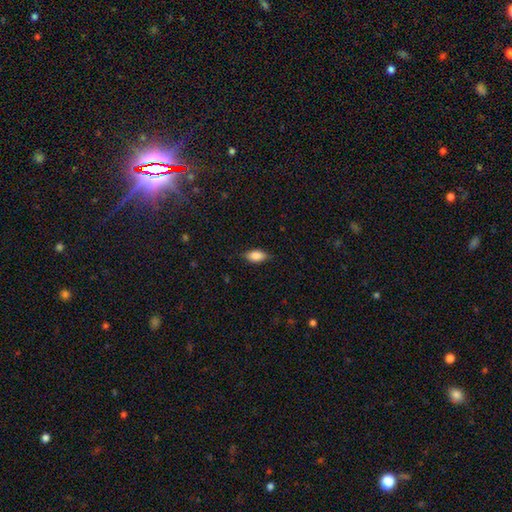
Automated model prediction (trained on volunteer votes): Morphology: type=smooth (82%); roundness=in between (88%); merging=none (81%).